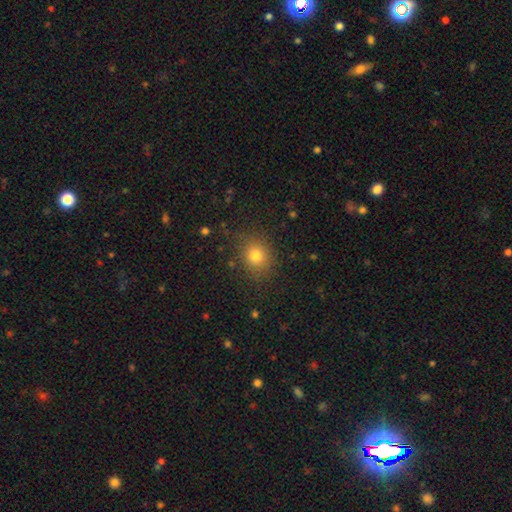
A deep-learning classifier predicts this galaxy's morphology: Q: Smooth or featured?
A: smooth (78%); runner-up: star or artifact (14%)
Q: How rounded?
A: round (74%); runner-up: in between (25%)
Q: Merging?
A: none (83%); runner-up: minor disturbance (11%)